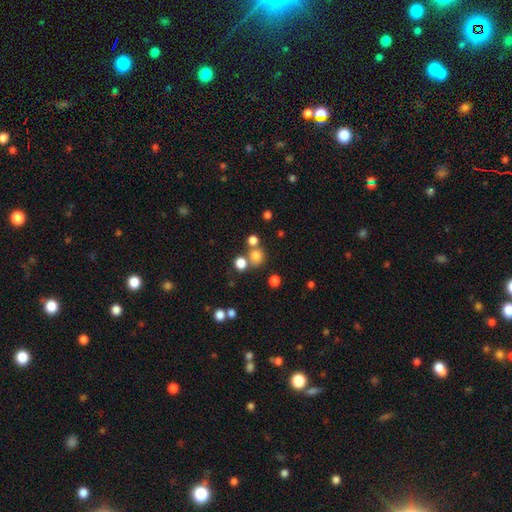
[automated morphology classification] Q: Smooth or featured?
A: smooth (75%); runner-up: star or artifact (18%)
Q: How rounded?
A: round (88%); runner-up: in between (11%)
Q: Merging?
A: none (64%); runner-up: merger (24%)